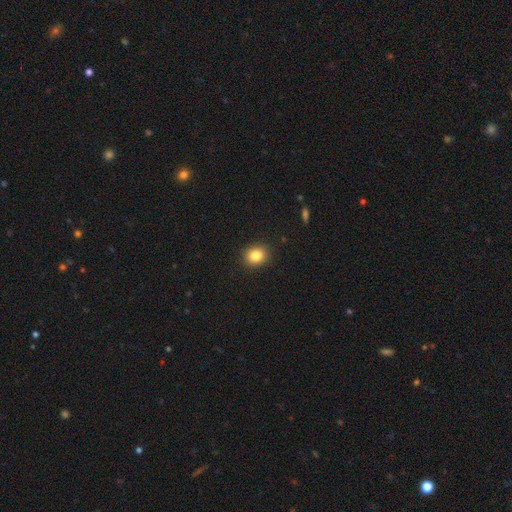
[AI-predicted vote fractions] Overall: smooth (84%). How rounded: round (66%; in between 33%). Merging: none (90%).